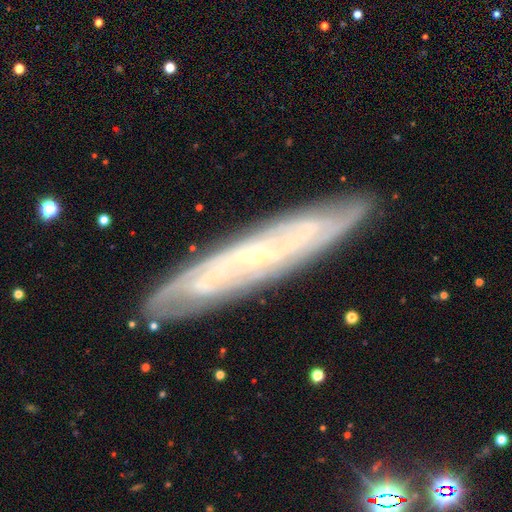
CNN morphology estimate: smooth_or_featured: featured or disk (p=0.75) [alt: smooth p=0.16]
disk_edge_on: no (p=0.52) [alt: yes p=0.48]
merging: none (p=0.85) [alt: minor disturbance p=0.11]